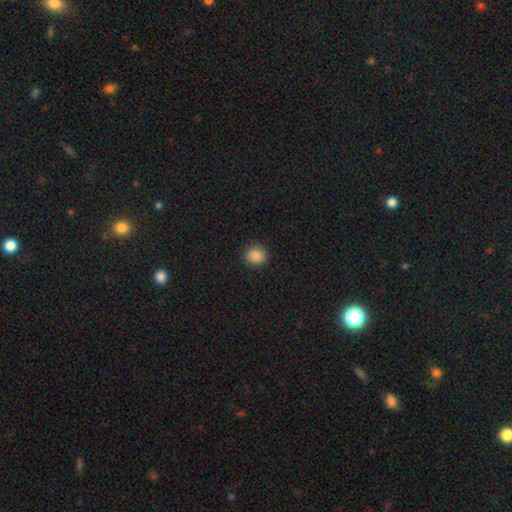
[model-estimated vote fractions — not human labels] Smooth or featured? smooth (87%)
How rounded? round (88%)
Merging? none (90%)